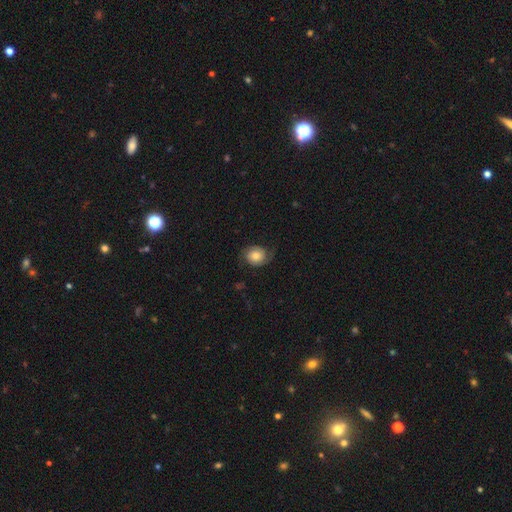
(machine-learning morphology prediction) Overall: featured or disk (47%; smooth 45%). Merging: none (67%).